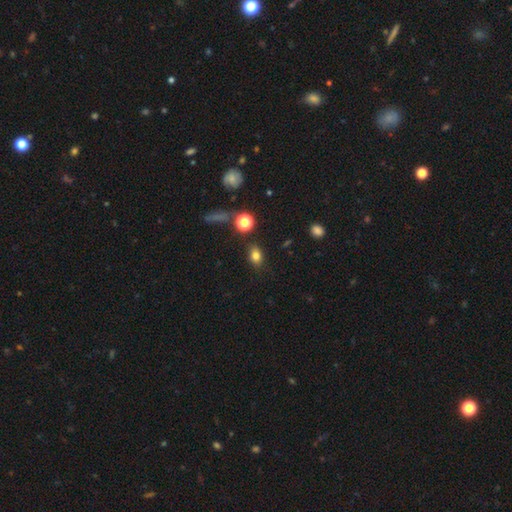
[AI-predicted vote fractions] Q: Smooth or featured?
A: smooth (79%); runner-up: star or artifact (13%)
Q: How rounded?
A: in between (66%); runner-up: round (31%)
Q: Merging?
A: none (81%); runner-up: minor disturbance (11%)